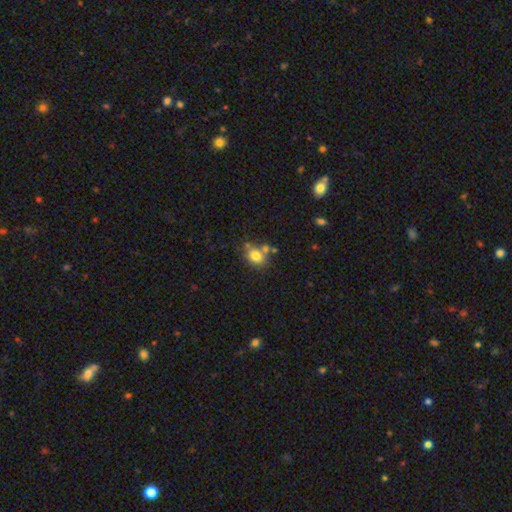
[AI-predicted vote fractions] Overall: smooth (79%). How rounded: round (58%; in between 41%). Merging: none (59%; merger 20%).